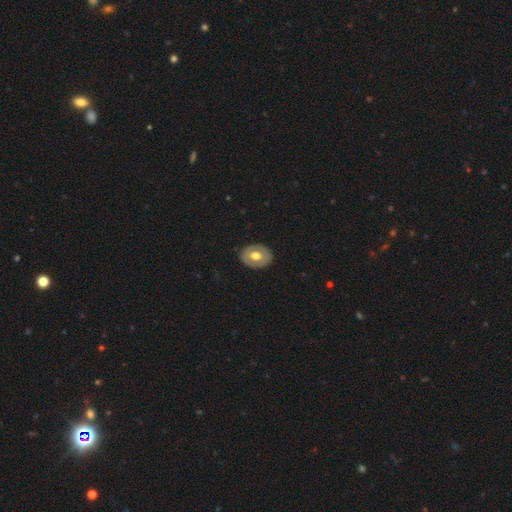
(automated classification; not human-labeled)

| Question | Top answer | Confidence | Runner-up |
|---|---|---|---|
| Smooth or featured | smooth | 52% | featured or disk (42%) |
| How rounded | in between | 61% | round (38%) |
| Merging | none | 86% | minor disturbance (10%) |